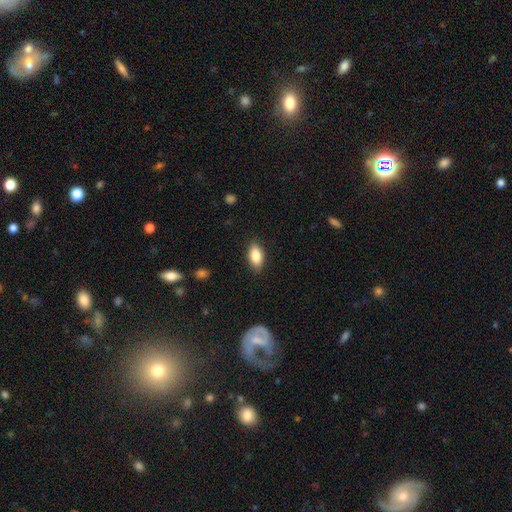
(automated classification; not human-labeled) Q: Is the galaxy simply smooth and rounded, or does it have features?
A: smooth — 84%.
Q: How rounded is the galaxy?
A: in between — 89%.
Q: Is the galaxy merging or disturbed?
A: none — 87%.